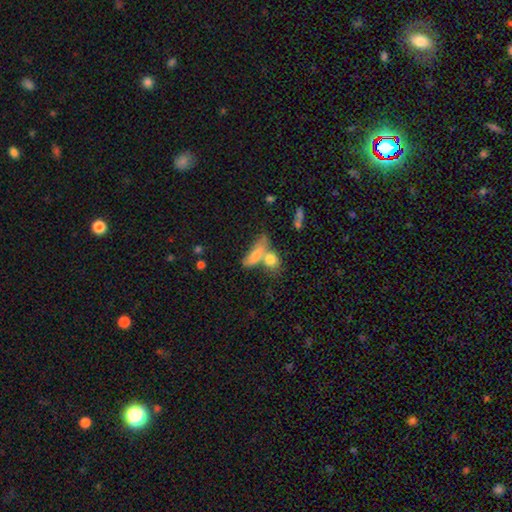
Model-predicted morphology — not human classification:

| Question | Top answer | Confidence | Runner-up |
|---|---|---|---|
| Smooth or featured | smooth | 73% | featured or disk (18%) |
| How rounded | in between | 62% | cigar-shaped (30%) |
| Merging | merger | 54% | none (27%) |